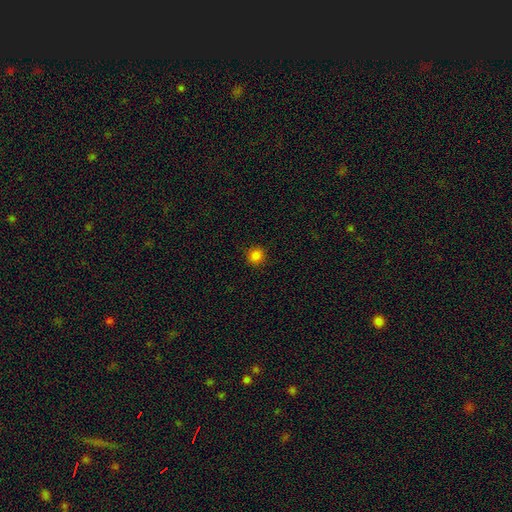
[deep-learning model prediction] Smooth or featured? Predicted: smooth (p=0.84). How rounded? Predicted: round (p=0.93). Merging? Predicted: none (p=0.92).